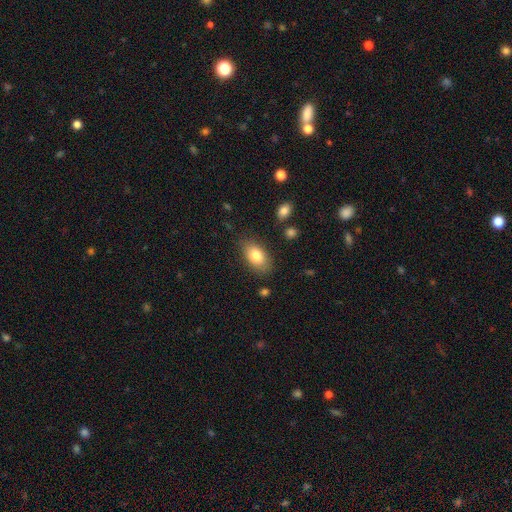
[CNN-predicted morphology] The model was most divided on "merging": none: 80%, minor disturbance: 14%, major disturbance: 4%, merger: 2%. More confident: how rounded — in between (91%); smooth or featured — smooth (80%).